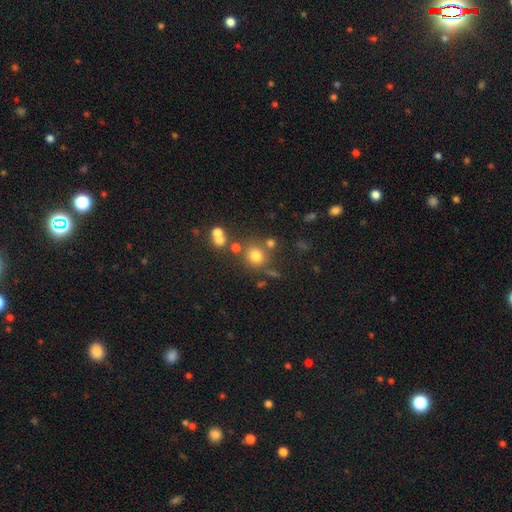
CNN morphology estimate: Smooth or featured? Predicted: smooth (p=0.73). How rounded? Predicted: round (p=0.87). Merging? Predicted: none (p=0.70).